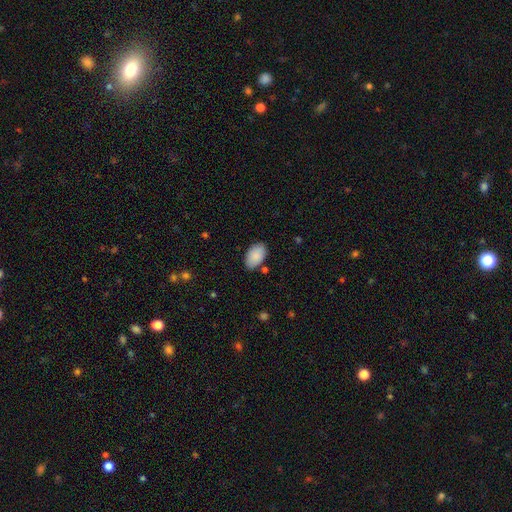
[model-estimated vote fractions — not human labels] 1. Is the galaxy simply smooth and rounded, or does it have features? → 89% smooth, 6% star or artifact, 5% featured or disk.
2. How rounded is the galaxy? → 94% in between, 5% round, 1% cigar-shaped.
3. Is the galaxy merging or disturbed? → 83% none, 12% minor disturbance, 3% major disturbance, 3% merger.